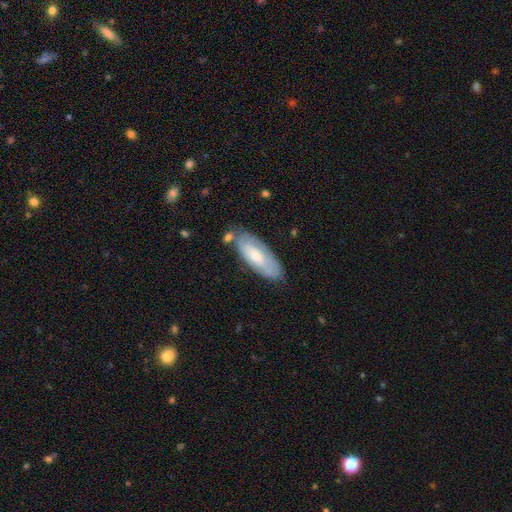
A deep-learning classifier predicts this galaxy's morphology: A featured or disk galaxy (47%, tied with smooth). Merging: none (71%).